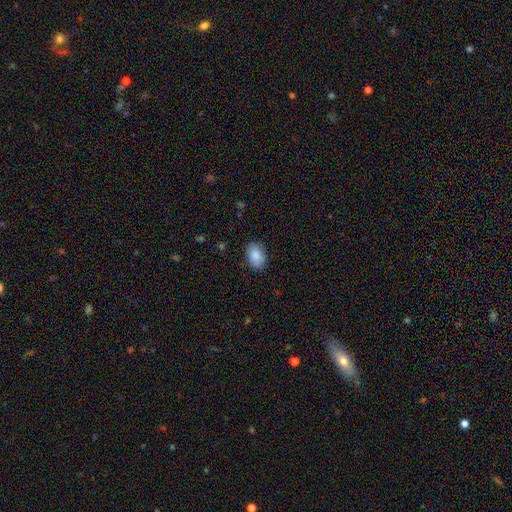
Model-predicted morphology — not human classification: Smooth or featured: smooth — 87% (star or artifact — 7%)
How rounded: in between — 84% (round — 15%)
Merging: none — 85% (minor disturbance — 11%)